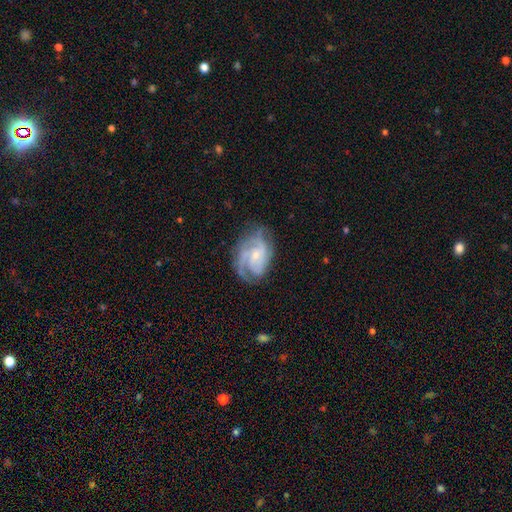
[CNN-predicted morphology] Smooth or featured? Predicted: featured or disk (p=0.86). Edge-on disk? Predicted: no (p=0.98). Bar? Predicted: no (p=0.55). Spiral arms? Predicted: yes (p=0.97). Spiral winding? Predicted: tight (p=0.48). Spiral arm count? Predicted: 3 (p=0.36). Bulge size? Predicted: small (p=0.69). Merging? Predicted: none (p=0.66).